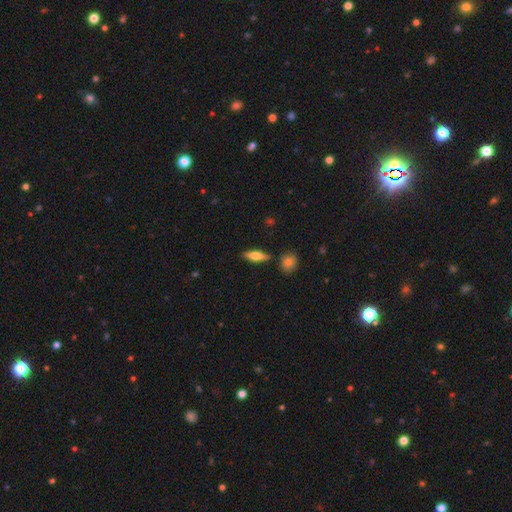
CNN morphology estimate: Smooth or featured?
  - smooth: 57% *
  - featured or disk: 37%
  - star or artifact: 6%
How rounded?
  - in between: 50% *
  - cigar-shaped: 46%
  - round: 4%
Merging?
  - none: 85% *
  - minor disturbance: 9%
  - merger: 4%
  - major disturbance: 2%